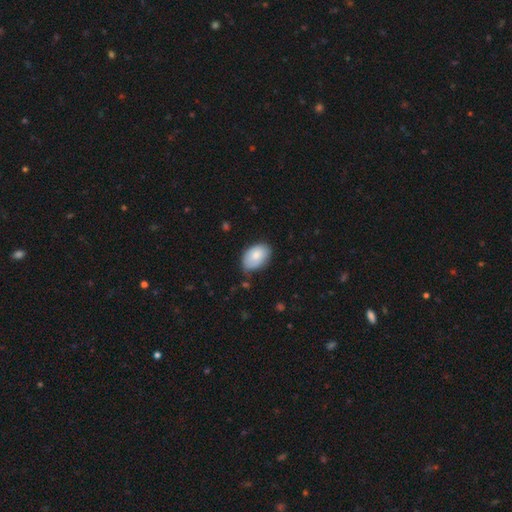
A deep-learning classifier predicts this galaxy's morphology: Smooth or featured? smooth (79%)
How rounded? in between (90%)
Merging? none (70%)